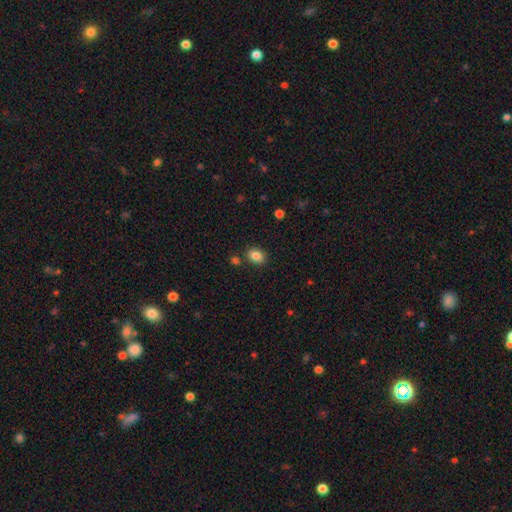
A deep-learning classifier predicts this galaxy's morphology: This is clearly a smooth galaxy (85%). How rounded: likely in between (68%). Merging: clearly none (81%).